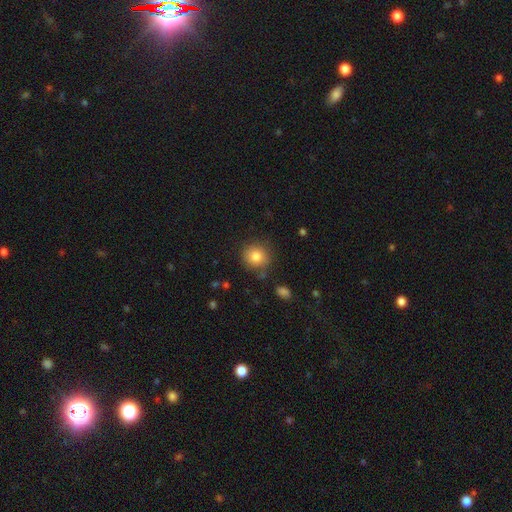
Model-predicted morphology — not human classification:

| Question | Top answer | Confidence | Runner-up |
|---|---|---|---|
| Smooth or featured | smooth | 83% | star or artifact (10%) |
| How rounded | round | 88% | in between (11%) |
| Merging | none | 82% | minor disturbance (11%) |